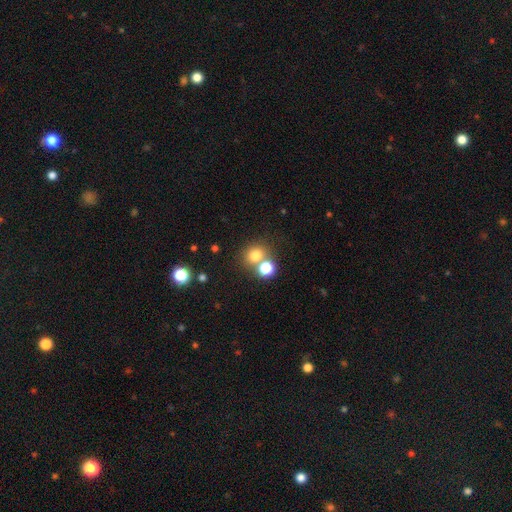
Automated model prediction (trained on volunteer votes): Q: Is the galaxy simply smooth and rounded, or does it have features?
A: smooth — 75%.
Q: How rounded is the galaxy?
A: round — 81%.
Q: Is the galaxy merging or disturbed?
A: none — 60%.